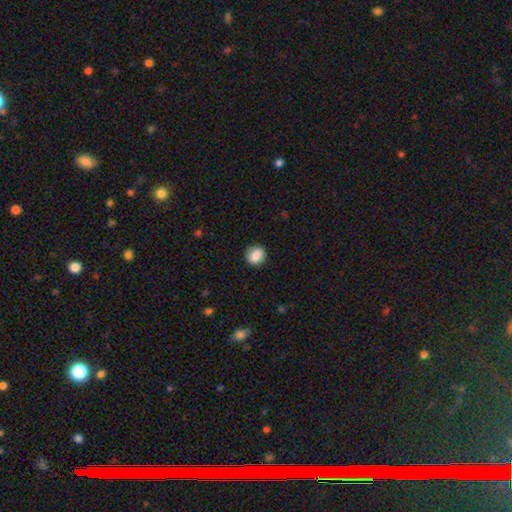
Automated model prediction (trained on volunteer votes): Morphology: type=smooth (84%); roundness=round (78%); merging=none (86%).